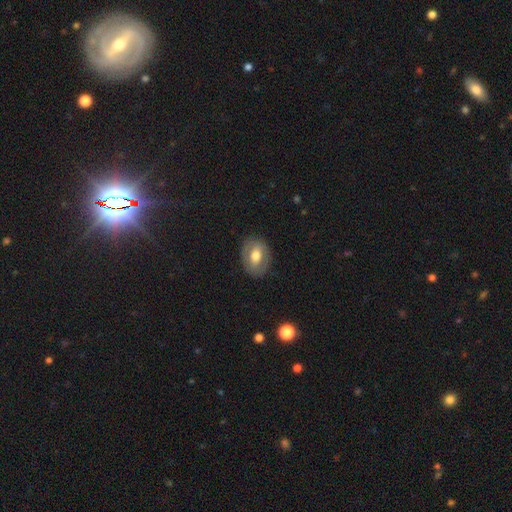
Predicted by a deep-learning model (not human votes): smooth 58%, featured or disk 35%, star or artifact 7%. Down the decision tree: how rounded — in between (68%); merging — none (84%).